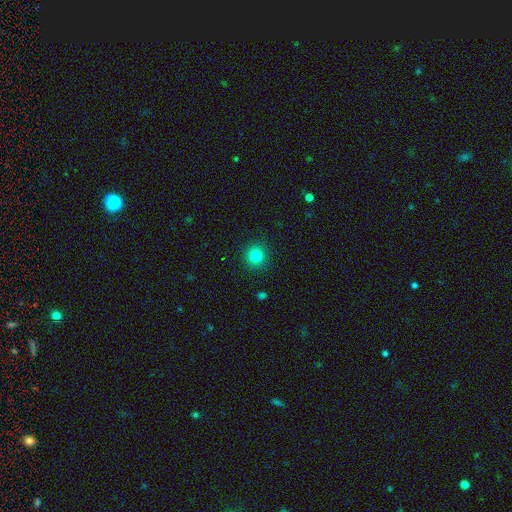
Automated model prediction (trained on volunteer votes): This is clearly a smooth galaxy (83%). How rounded: clearly round (92%). Merging: clearly none (90%).